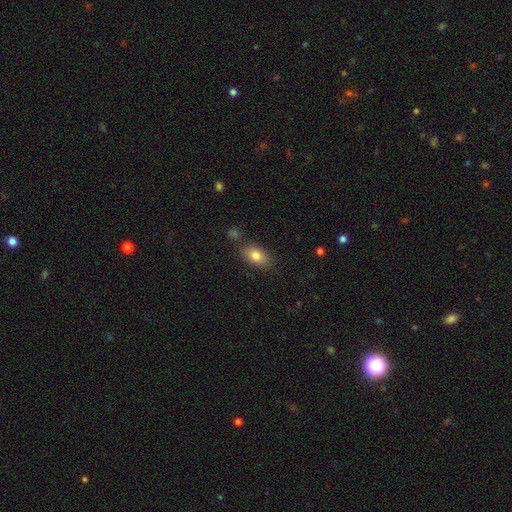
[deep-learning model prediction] Morphology: type=smooth (83%); roundness=in between (88%); merging=none (80%).